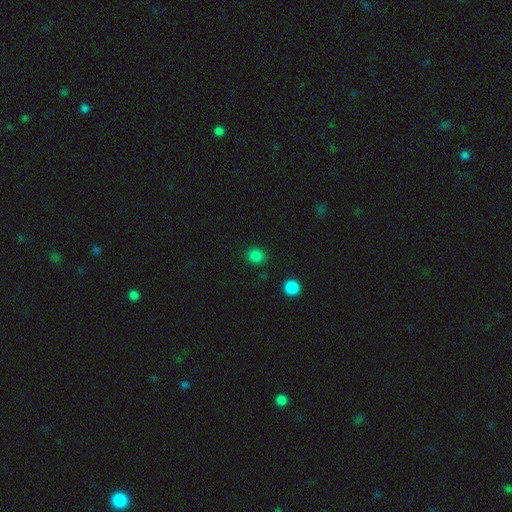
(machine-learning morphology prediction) This appears to be a smooth galaxy with no disk features (84%) that is round (78%). Merging: none (88%).